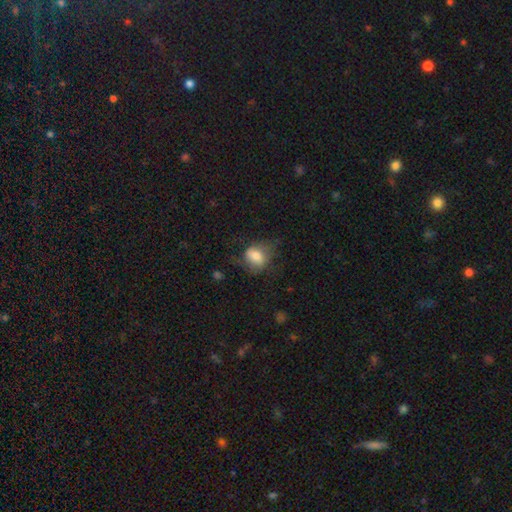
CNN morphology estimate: Smooth or featured: smooth — 69% (featured or disk — 23%)
How rounded: in between — 55% (round — 44%)
Merging: none — 50% (minor disturbance — 26%)